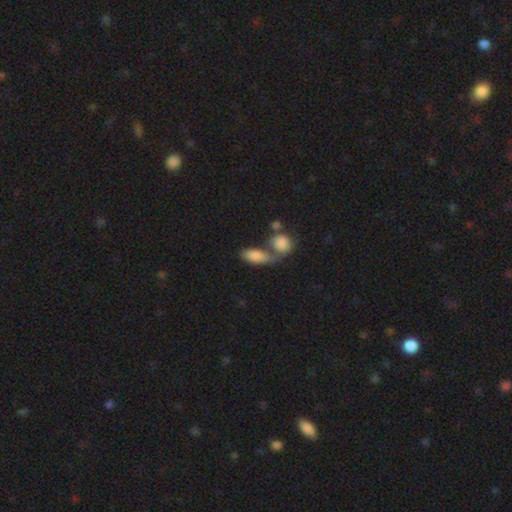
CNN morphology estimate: This is clearly a smooth galaxy (83%). How rounded: likely in between (79%). Merging: marginally merger (41%).